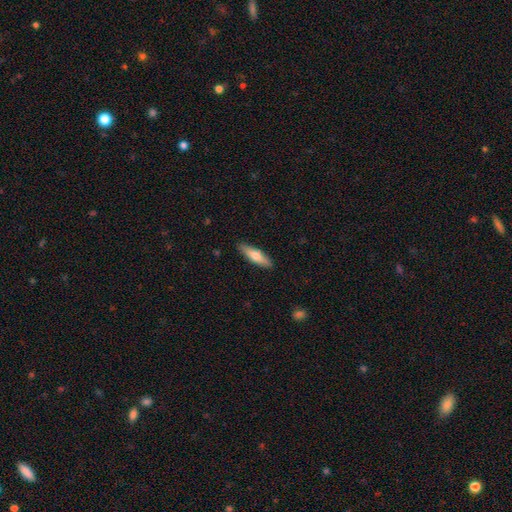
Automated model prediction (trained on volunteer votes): A smooth galaxy with no disk features (62%) that is cigar-shaped (65%).

Vote fractions:
- Smooth or featured? smooth: 62% / featured or disk: 33% / star or artifact: 6%
- How rounded? cigar-shaped: 65% / in between: 33% / round: 2%
- Merging? none: 89% / minor disturbance: 8% / major disturbance: 2% / merger: 1%